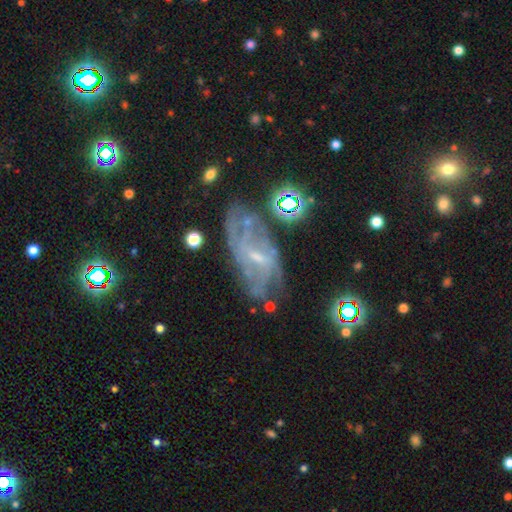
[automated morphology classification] Q: Smooth or featured?
A: featured or disk (74%); runner-up: star or artifact (13%)
Q: Edge-on disk?
A: no (92%); runner-up: yes (8%)
Q: Bar?
A: weak (53%); runner-up: no (29%)
Q: Spiral arms?
A: yes (79%); runner-up: no (21%)
Q: Spiral winding?
A: medium (39%); runner-up: tight (37%)
Q: Spiral arm count?
A: can't tell (54%); runner-up: 2 (18%)
Q: Bulge size?
A: small (65%); runner-up: moderate (20%)
Q: Merging?
A: none (58%); runner-up: minor disturbance (21%)